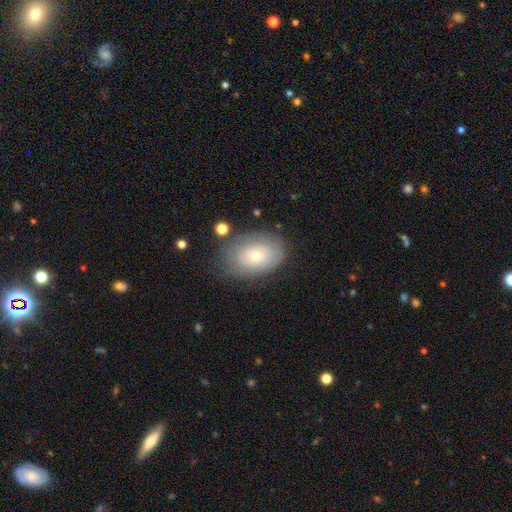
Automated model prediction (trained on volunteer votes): Smooth or featured?
  - smooth: 51% *
  - featured or disk: 41%
  - star or artifact: 8%
How rounded?
  - in between: 79% *
  - round: 20%
  - cigar-shaped: 1%
Merging?
  - none: 69% *
  - minor disturbance: 20%
  - major disturbance: 8%
  - merger: 3%